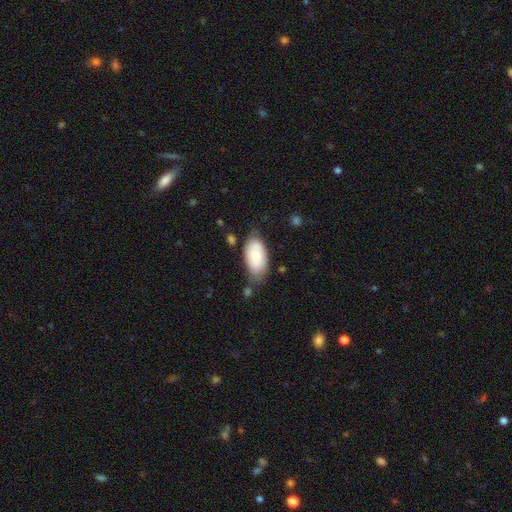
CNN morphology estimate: A smooth galaxy with no disk features (73%) that is in between round and cigar-shaped (94%).

Vote fractions:
- Smooth or featured? smooth: 73% / featured or disk: 21% / star or artifact: 6%
- How rounded? in between: 94% / round: 3% / cigar-shaped: 3%
- Merging? none: 61% / minor disturbance: 28% / major disturbance: 6% / merger: 5%